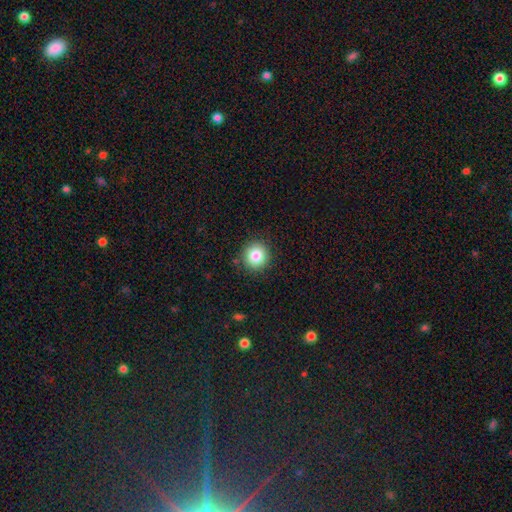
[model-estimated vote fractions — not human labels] Q: Smooth or featured?
A: smooth (83%); runner-up: star or artifact (10%)
Q: How rounded?
A: round (93%); runner-up: in between (6%)
Q: Merging?
A: none (89%); runner-up: minor disturbance (7%)